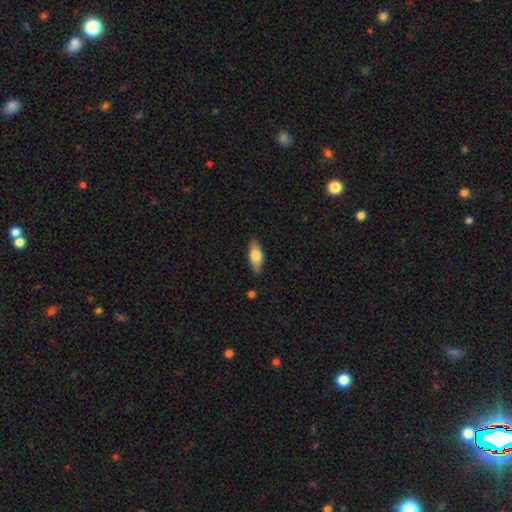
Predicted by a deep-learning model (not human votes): Smooth or featured? Predicted: smooth (p=0.72). How rounded? Predicted: in between (p=0.76). Merging? Predicted: none (p=0.84).